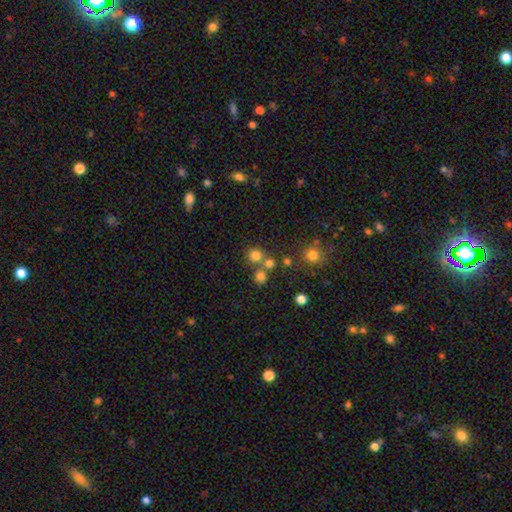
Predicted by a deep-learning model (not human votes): Morphology: type=smooth (76%); roundness=round (92%); merging=none (68%).